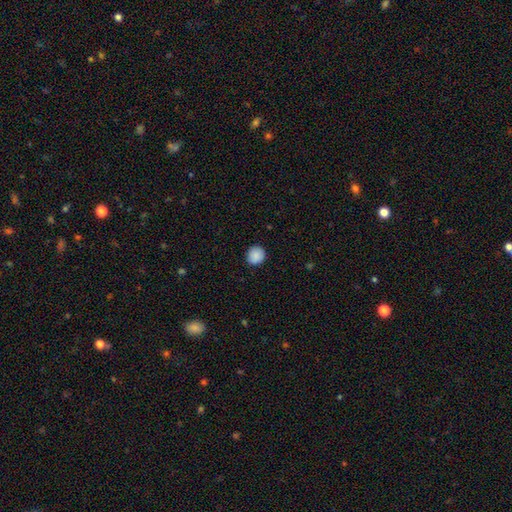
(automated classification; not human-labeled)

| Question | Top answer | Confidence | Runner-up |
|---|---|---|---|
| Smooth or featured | smooth | 89% | star or artifact (8%) |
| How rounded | round | 90% | in between (9%) |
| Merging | none | 90% | minor disturbance (7%) |